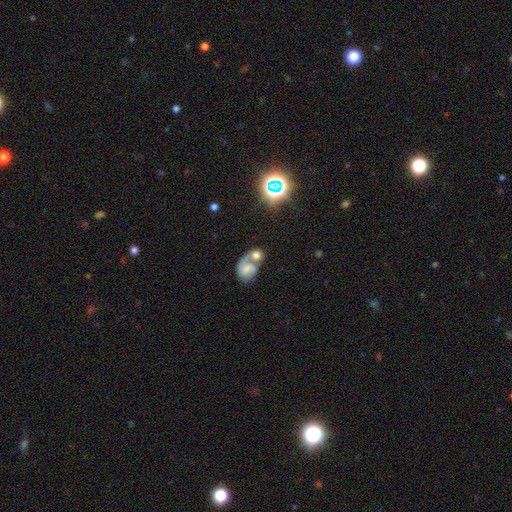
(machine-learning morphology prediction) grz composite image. It shows a smooth galaxy with no disk features (43%). Merging: merger (61%).